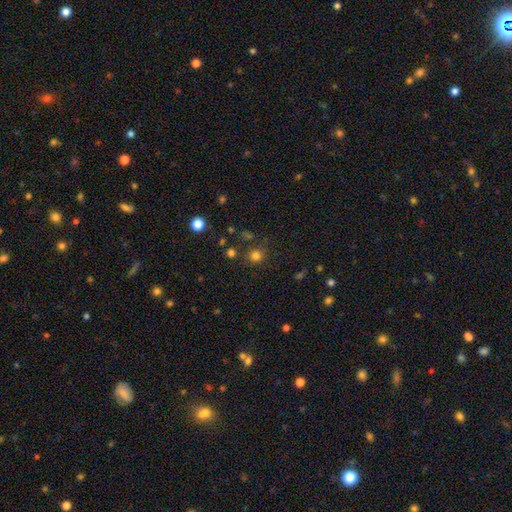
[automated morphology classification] This appears to be a smooth galaxy with no disk features (77%) that is round (90%). Merging: none (81%).